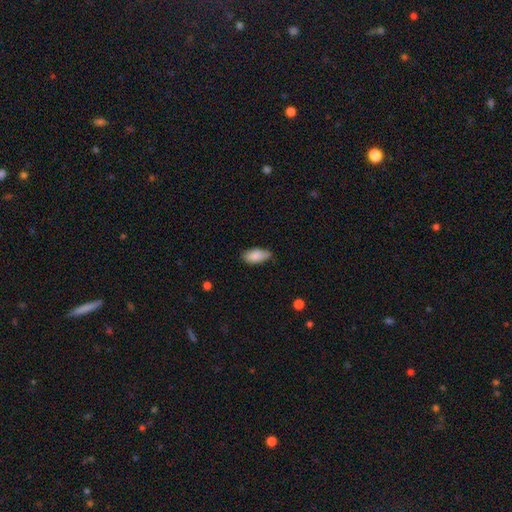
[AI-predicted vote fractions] Morphology: type=smooth (86%); roundness=in between (91%); merging=none (62%).